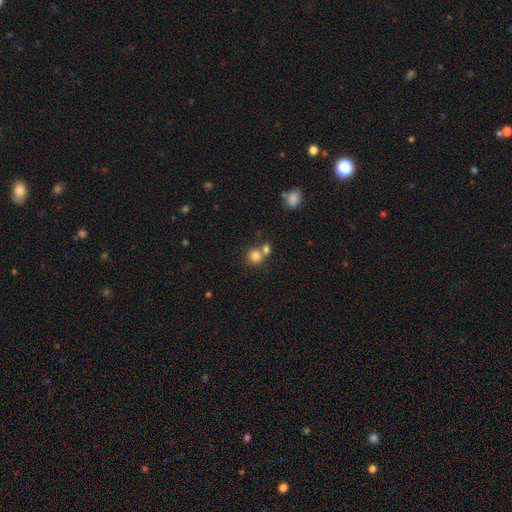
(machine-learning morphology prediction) Smooth or featured? Predicted: smooth (p=0.81). How rounded? Predicted: round (p=0.87). Merging? Predicted: none (p=0.51).